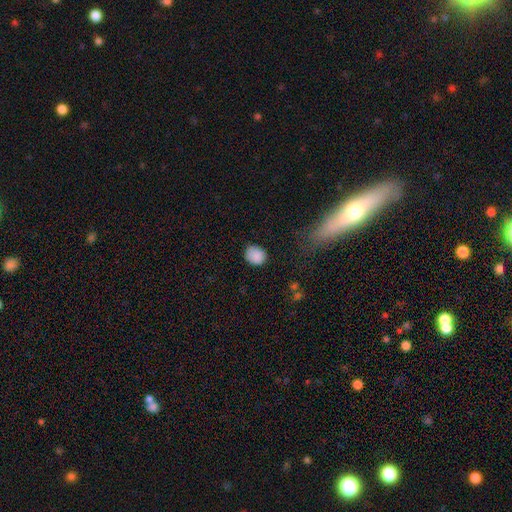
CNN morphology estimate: Smooth or featured?
  - smooth: 88% *
  - star or artifact: 8%
  - featured or disk: 4%
How rounded?
  - round: 63% *
  - in between: 36%
  - cigar-shaped: 1%
Merging?
  - none: 78% *
  - minor disturbance: 17%
  - major disturbance: 4%
  - merger: 1%